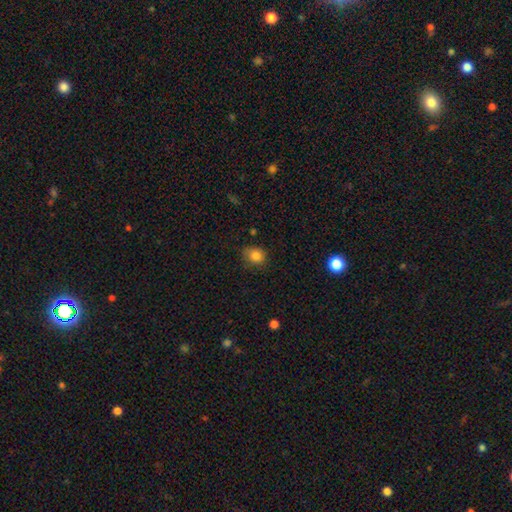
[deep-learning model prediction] Smooth or featured? Predicted: smooth (p=0.83). How rounded? Predicted: round (p=0.73). Merging? Predicted: none (p=0.74).